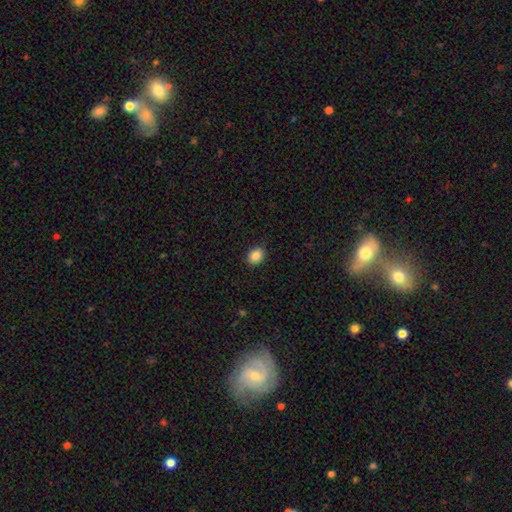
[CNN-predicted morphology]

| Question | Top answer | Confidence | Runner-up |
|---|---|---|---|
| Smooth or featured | smooth | 88% | star or artifact (9%) |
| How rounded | in between | 63% | round (37%) |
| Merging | none | 89% | minor disturbance (8%) |